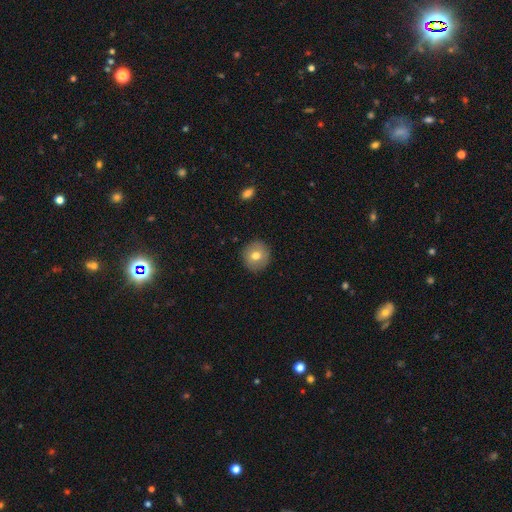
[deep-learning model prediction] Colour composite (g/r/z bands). It shows a smooth galaxy with no disk features (73%) that is round (92%). Merging: none (90%).